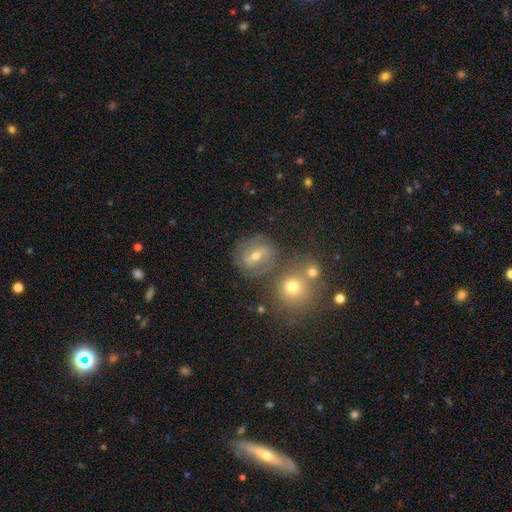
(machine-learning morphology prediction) This appears to be a featured or disk galaxy (50%). Merging: none (69%).